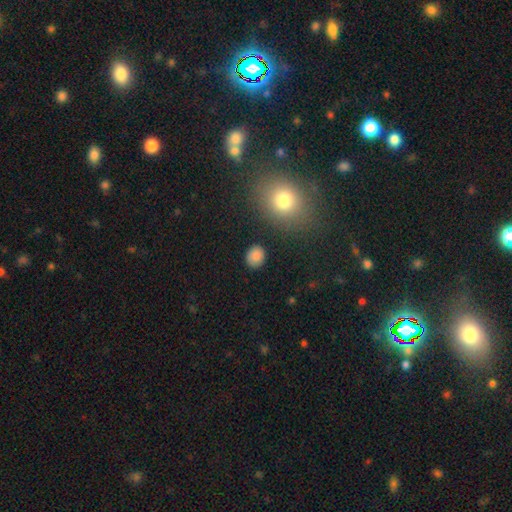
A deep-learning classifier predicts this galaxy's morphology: The model was most divided on "how rounded": round: 70%, in between: 29%, cigar-shaped: 1%. More confident: merging — none (87%); smooth or featured — smooth (86%).